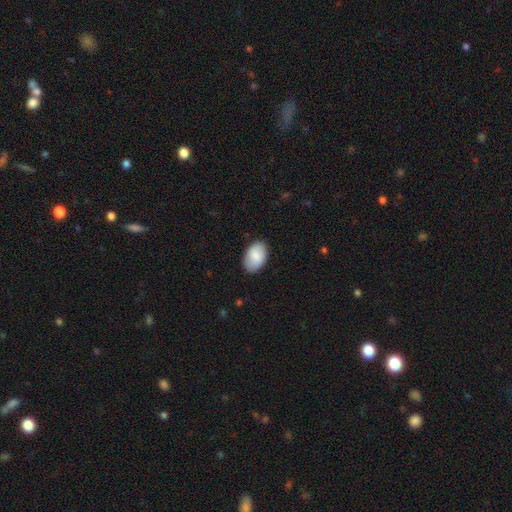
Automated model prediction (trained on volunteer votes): Overall: smooth (82%). How rounded: in between (92%). Merging: none (85%).